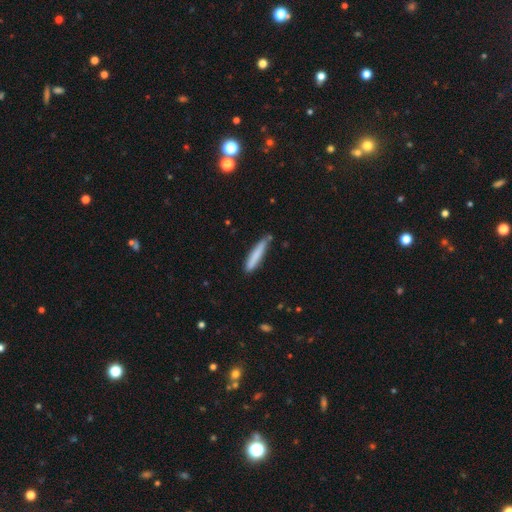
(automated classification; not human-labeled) Smooth or featured?
  - smooth: 79% *
  - featured or disk: 15%
  - star or artifact: 6%
How rounded?
  - cigar-shaped: 93% *
  - in between: 6%
  - round: 1%
Merging?
  - none: 77% *
  - minor disturbance: 17%
  - merger: 3%
  - major disturbance: 3%